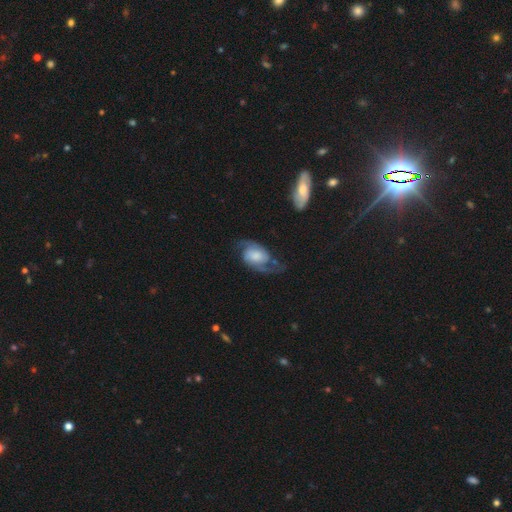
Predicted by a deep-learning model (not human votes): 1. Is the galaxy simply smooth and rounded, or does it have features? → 83% featured or disk, 12% smooth, 5% star or artifact.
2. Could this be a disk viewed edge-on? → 97% no, 3% yes.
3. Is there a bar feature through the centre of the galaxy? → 59% no, 33% weak, 8% strong.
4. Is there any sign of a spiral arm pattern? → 96% yes, 4% no.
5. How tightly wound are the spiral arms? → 46% medium, 38% loose, 16% tight.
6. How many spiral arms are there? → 91% 2, 3% can't tell, 2% 1, 1% 3, 1% 4, 1% more than 4.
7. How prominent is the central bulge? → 30% large, 28% moderate, 20% small, 15% none, 7% dominant.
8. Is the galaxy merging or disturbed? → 62% none, 20% minor disturbance, 15% major disturbance, 3% merger.